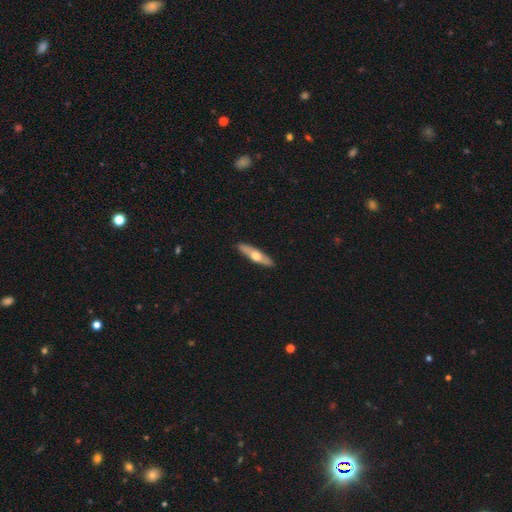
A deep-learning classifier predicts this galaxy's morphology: Smooth or featured?
  - smooth: 48% *
  - featured or disk: 47%
  - star or artifact: 5%
Merging?
  - none: 90% *
  - minor disturbance: 7%
  - major disturbance: 1%
  - merger: 1%